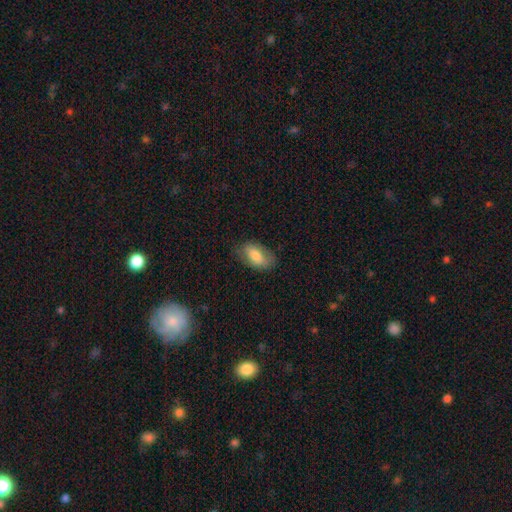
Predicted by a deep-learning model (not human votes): Overall: smooth (74%). How rounded: in between (91%). Merging: none (74%).